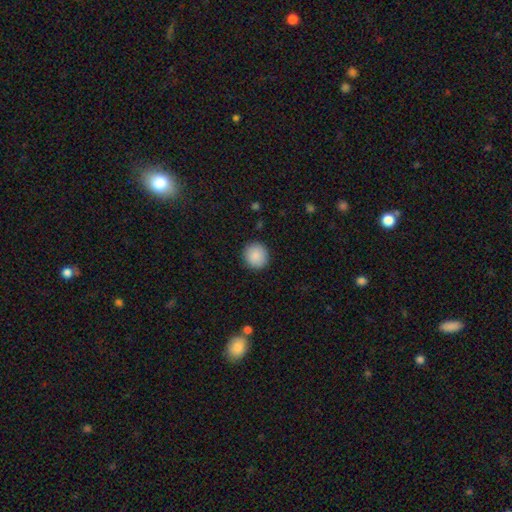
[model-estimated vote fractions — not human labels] Smooth or featured? smooth (89%)
How rounded? round (92%)
Merging? none (91%)